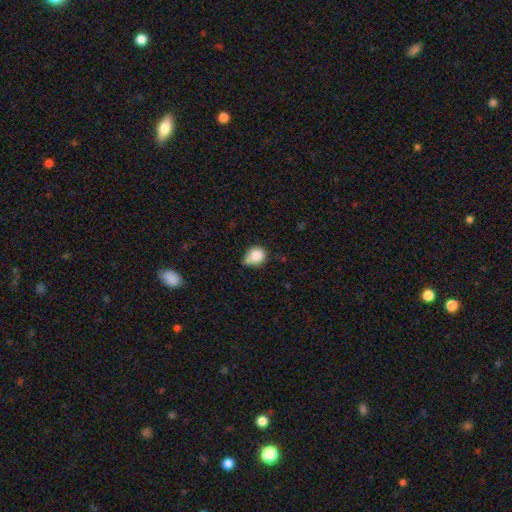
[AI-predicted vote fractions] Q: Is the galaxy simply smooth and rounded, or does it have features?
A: smooth — 85%.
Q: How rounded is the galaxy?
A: round — 68%.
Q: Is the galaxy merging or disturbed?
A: none — 49%.